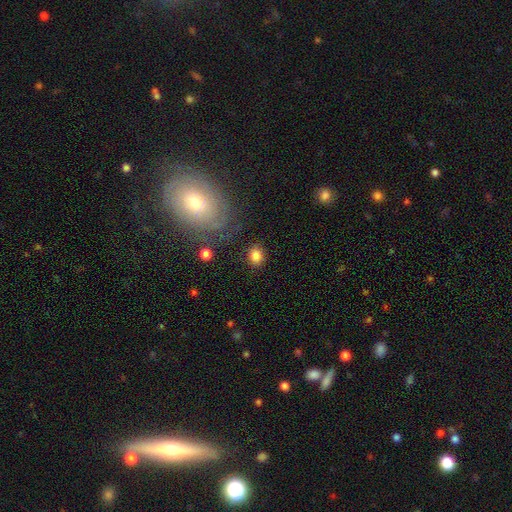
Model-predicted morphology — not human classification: type=smooth (84%); roundness=round (51%); merging=none (83%).